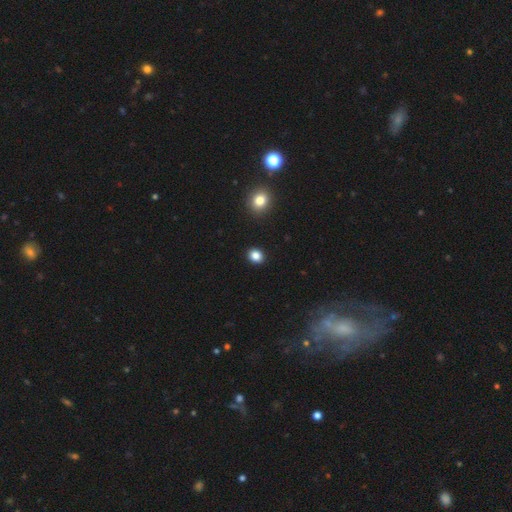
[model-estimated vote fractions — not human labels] Smooth or featured? smooth (85%)
How rounded? round (67%)
Merging? none (92%)